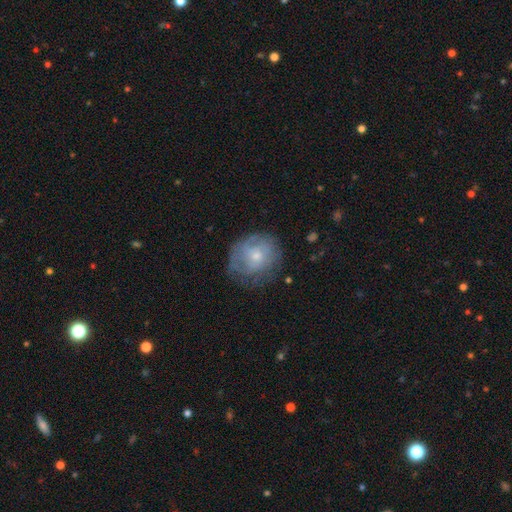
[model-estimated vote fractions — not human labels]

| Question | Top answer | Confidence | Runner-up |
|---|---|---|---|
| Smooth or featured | smooth | 47% | featured or disk (45%) |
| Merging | none | 63% | minor disturbance (24%) |